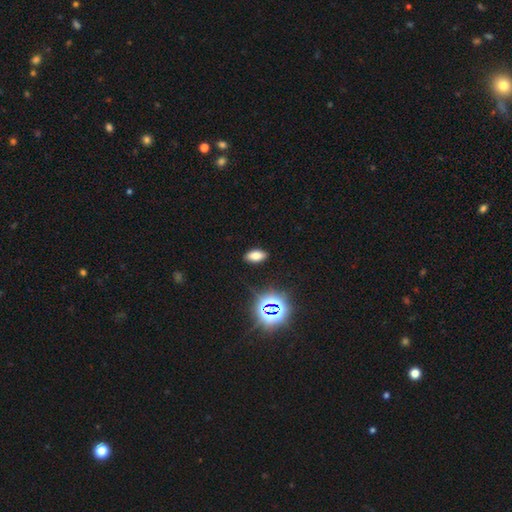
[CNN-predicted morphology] Smooth or featured? smooth (71%)
How rounded? in between (90%)
Merging? none (88%)